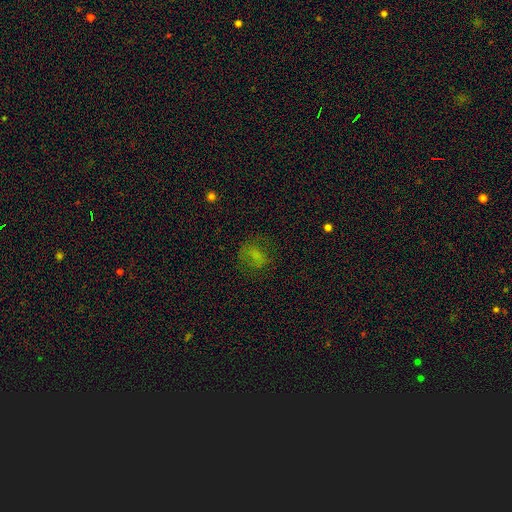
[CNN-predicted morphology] type=smooth (59%); roundness=in between (54%); merging=none (61%).